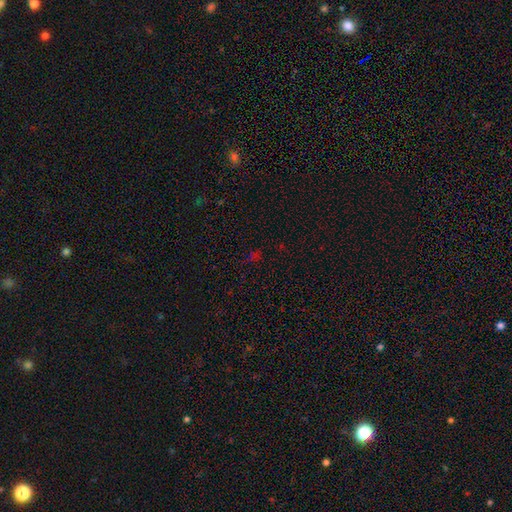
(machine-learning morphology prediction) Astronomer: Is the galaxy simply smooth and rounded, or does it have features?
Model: star or artifact — 59%.